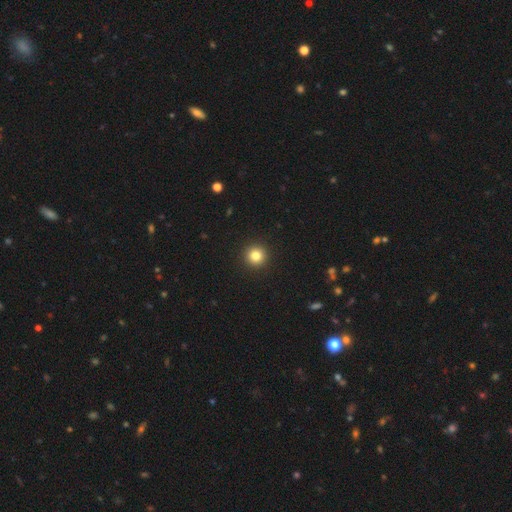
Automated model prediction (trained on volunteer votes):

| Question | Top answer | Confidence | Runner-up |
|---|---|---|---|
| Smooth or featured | smooth | 83% | star or artifact (12%) |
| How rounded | round | 96% | in between (3%) |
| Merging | none | 93% | minor disturbance (4%) |